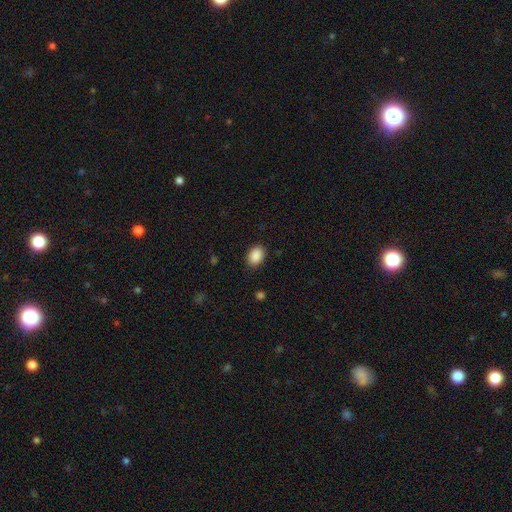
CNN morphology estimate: smooth_or_featured: smooth (p=0.89) [alt: star or artifact p=0.08]
how_rounded: in between (p=0.81) [alt: round p=0.18]
merging: none (p=0.86) [alt: minor disturbance p=0.11]